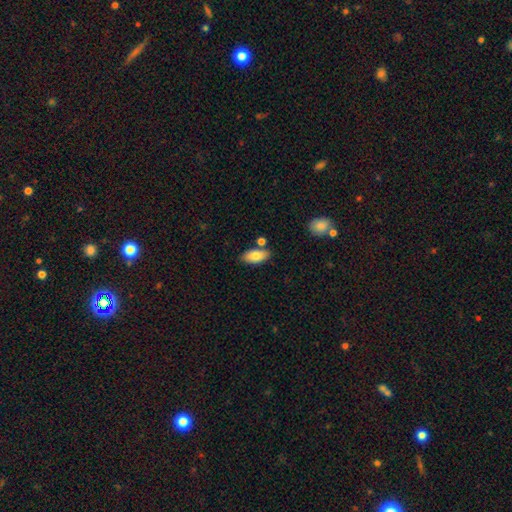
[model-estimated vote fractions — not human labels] Smooth or featured? Predicted: smooth (p=0.80). How rounded? Predicted: in between (p=0.90). Merging? Predicted: none (p=0.76).